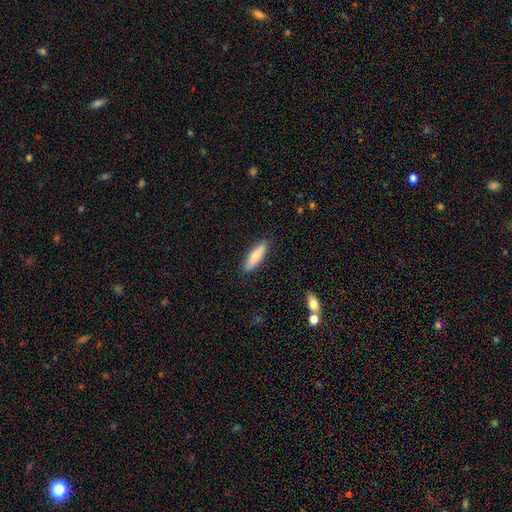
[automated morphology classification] type=smooth (73%); roundness=cigar-shaped (67%); merging=none (88%).